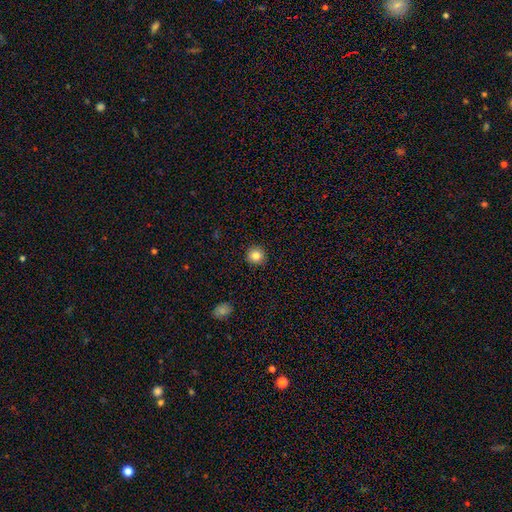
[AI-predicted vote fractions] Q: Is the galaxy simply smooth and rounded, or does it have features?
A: smooth — 84%.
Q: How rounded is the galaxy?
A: round — 94%.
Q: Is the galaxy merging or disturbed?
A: none — 92%.